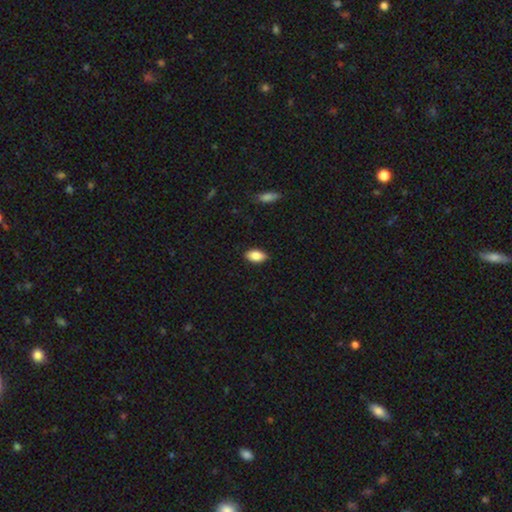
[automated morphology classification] Q: Smooth or featured?
A: smooth (86%); runner-up: star or artifact (7%)
Q: How rounded?
A: in between (92%); runner-up: round (4%)
Q: Merging?
A: none (88%); runner-up: minor disturbance (9%)